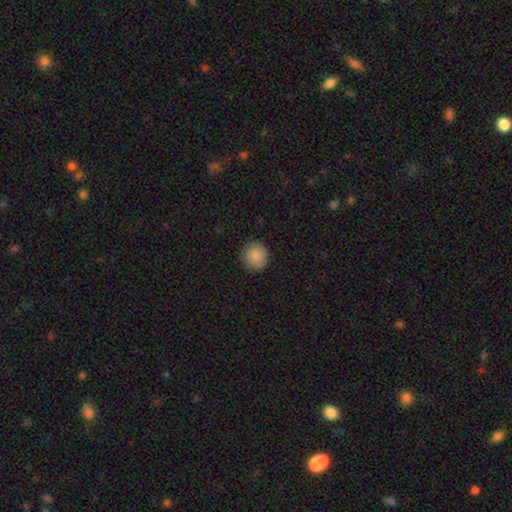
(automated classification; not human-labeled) smooth 87%, star or artifact 8%, featured or disk 4%. Down the decision tree: how rounded — round (93%); merging — none (90%).